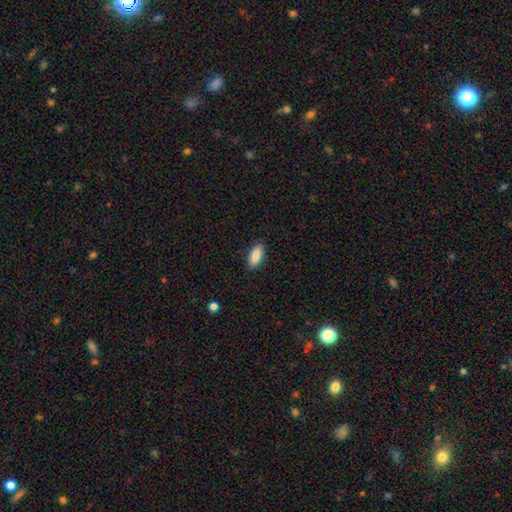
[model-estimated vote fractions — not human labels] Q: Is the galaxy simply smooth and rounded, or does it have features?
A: smooth — 89%.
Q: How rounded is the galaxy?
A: in between — 82%.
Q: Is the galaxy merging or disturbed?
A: none — 88%.